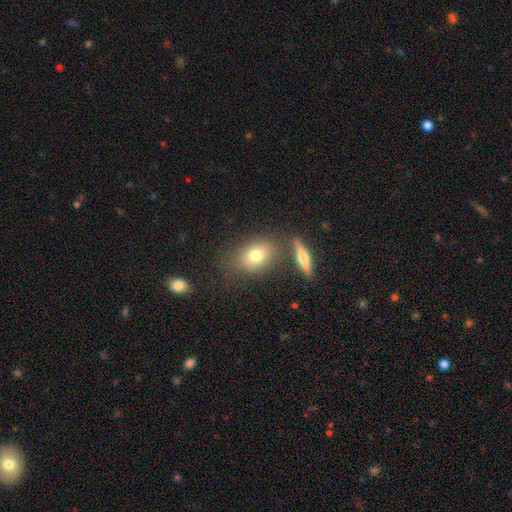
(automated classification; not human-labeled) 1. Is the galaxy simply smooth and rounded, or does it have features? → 73% smooth, 16% featured or disk, 10% star or artifact.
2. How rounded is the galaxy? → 68% in between, 29% round, 3% cigar-shaped.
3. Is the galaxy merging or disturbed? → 67% none, 14% minor disturbance, 13% merger, 6% major disturbance.